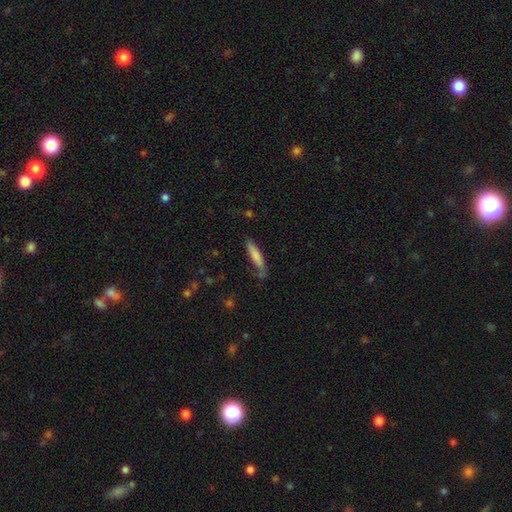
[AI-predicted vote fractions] Smooth or featured? Predicted: smooth (p=0.77). How rounded? Predicted: cigar-shaped (p=0.83). Merging? Predicted: none (p=0.67).